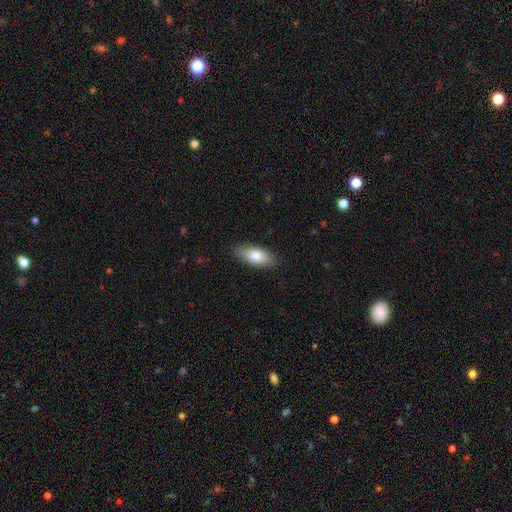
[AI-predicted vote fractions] The model was most divided on "smooth or featured": smooth: 79%, featured or disk: 15%, star or artifact: 6%. More confident: merging — none (86%); how rounded — in between (83%).